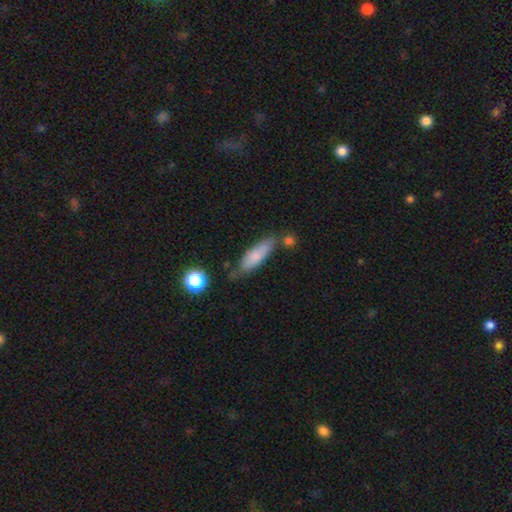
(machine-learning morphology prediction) Smooth or featured?
  - smooth: 78% *
  - featured or disk: 15%
  - star or artifact: 7%
How rounded?
  - cigar-shaped: 56% *
  - in between: 42%
  - round: 2%
Merging?
  - none: 64% *
  - minor disturbance: 21%
  - merger: 10%
  - major disturbance: 5%